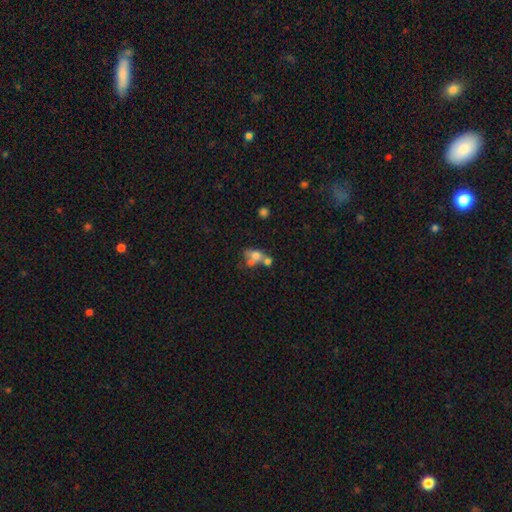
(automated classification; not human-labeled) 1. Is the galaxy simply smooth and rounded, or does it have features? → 60% smooth, 28% featured or disk, 13% star or artifact.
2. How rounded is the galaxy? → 57% in between, 40% round, 3% cigar-shaped.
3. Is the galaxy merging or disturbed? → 56% merger, 25% none, 10% minor disturbance, 9% major disturbance.